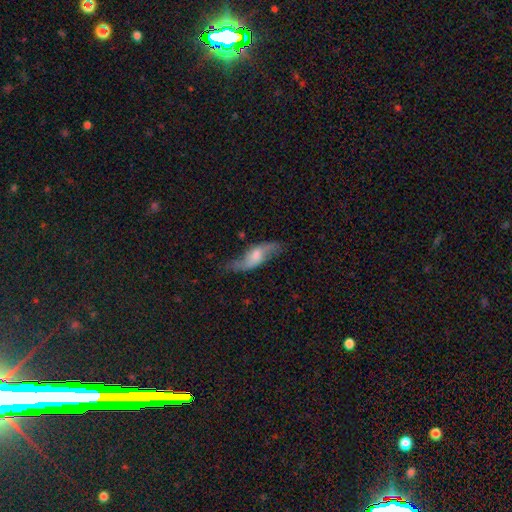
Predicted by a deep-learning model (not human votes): Smooth or featured? Predicted: featured or disk (p=0.62). Edge-on disk? Predicted: no (p=0.79). Merging? Predicted: none (p=0.64).